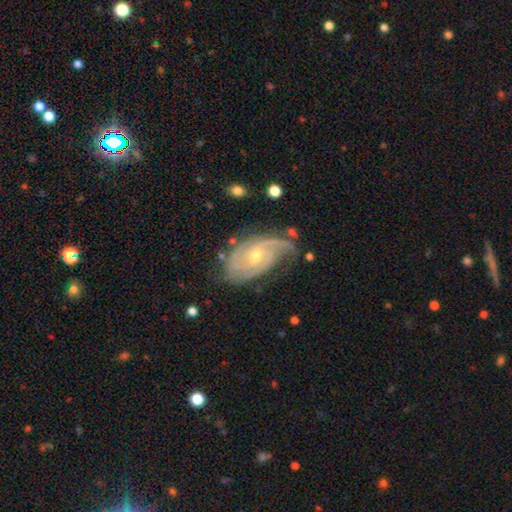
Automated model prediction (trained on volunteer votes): A featured or disk galaxy (90%) with no bar (63%), 3 (35%) tight (57%) spiral arms (98%) and a moderate central bulge (50%). Merging: none (60%).